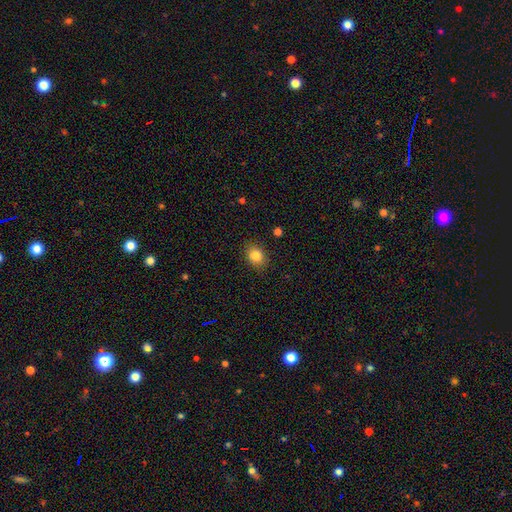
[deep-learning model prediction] This appears to be a smooth galaxy with no disk features (84%) that is in between round and cigar-shaped (51%). Merging: none (86%).